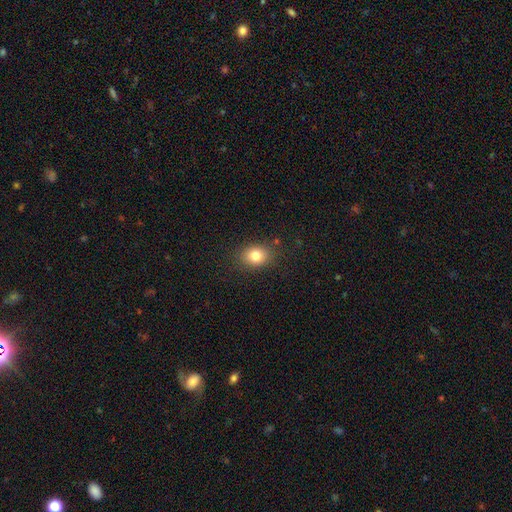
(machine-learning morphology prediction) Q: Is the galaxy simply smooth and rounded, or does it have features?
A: smooth — 80%.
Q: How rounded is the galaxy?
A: in between — 54%.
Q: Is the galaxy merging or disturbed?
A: none — 84%.